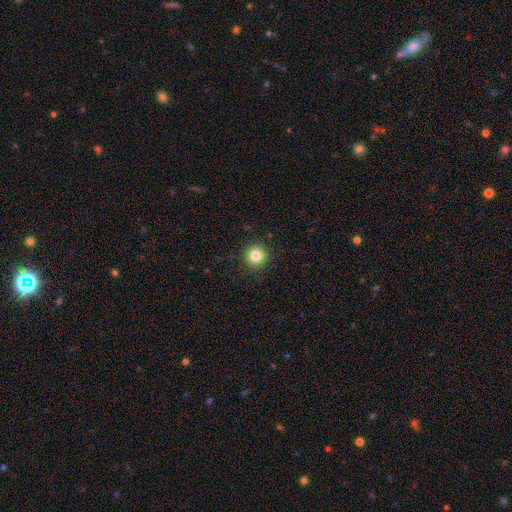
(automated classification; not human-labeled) Morphology: type=smooth (83%); roundness=round (94%); merging=none (91%).